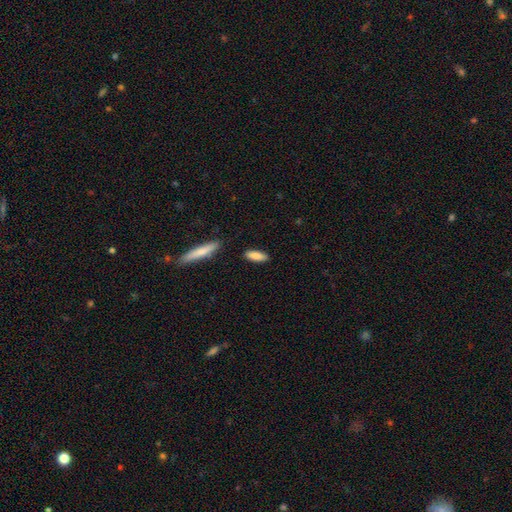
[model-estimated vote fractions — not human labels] Smooth or featured? smooth (83%)
How rounded? in between (62%)
Merging? none (87%)